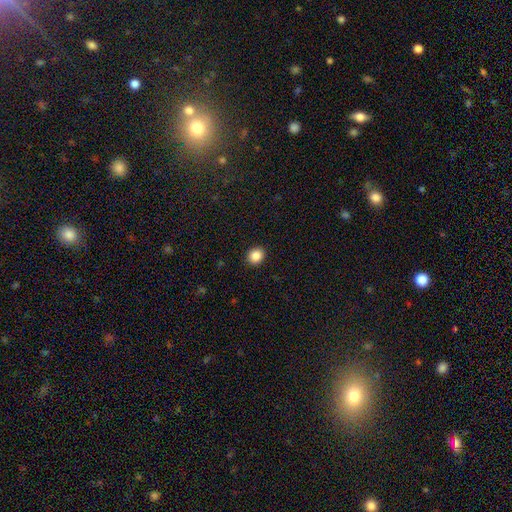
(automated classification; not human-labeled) Smooth or featured: smooth — 87% (star or artifact — 10%)
How rounded: round — 72% (in between — 28%)
Merging: none — 91% (minor disturbance — 6%)